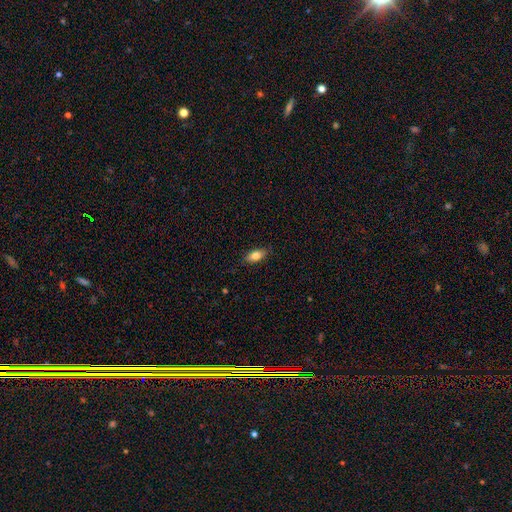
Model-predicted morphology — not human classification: type=smooth (79%); roundness=in between (84%); merging=none (85%).